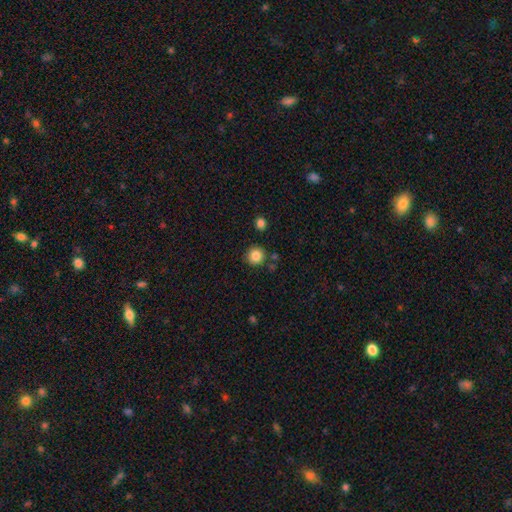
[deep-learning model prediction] Morphology: type=smooth (85%); roundness=round (93%); merging=none (86%).